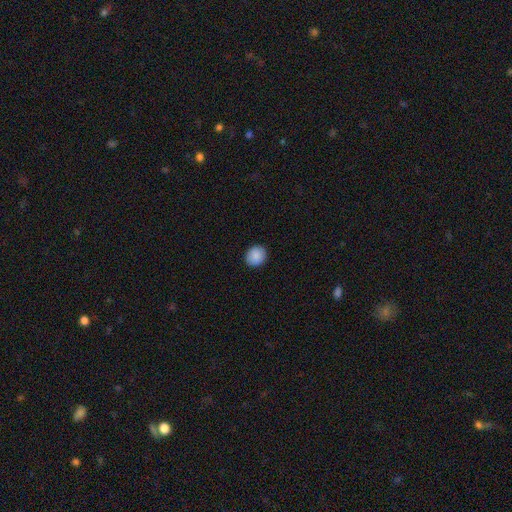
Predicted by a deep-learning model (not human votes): smooth_or_featured: smooth (p=0.89) [alt: star or artifact p=0.08]
how_rounded: round (p=0.80) [alt: in between p=0.19]
merging: none (p=0.91) [alt: minor disturbance p=0.07]